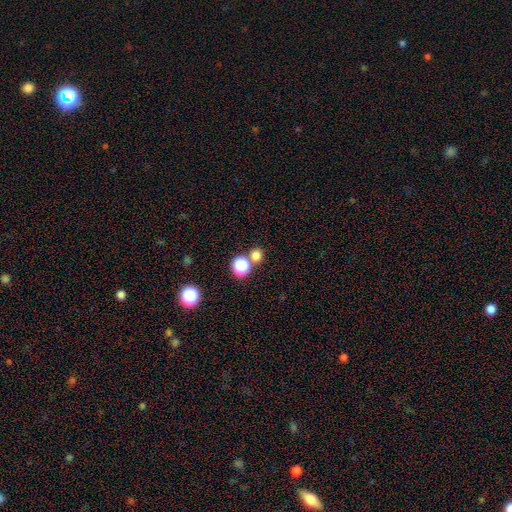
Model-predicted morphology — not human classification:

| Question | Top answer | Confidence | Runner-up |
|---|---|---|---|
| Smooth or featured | smooth | 74% | star or artifact (20%) |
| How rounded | round | 84% | in between (15%) |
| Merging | none | 68% | merger (22%) |